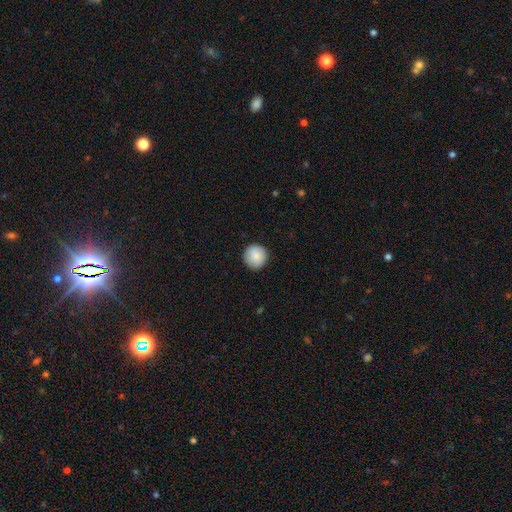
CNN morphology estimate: A smooth galaxy with no disk features (87%) that is round (95%).

Vote fractions:
- Smooth or featured? smooth: 87% / star or artifact: 7% / featured or disk: 6%
- How rounded? round: 95% / in between: 4% / cigar-shaped: 1%
- Merging? none: 91% / minor disturbance: 7% / major disturbance: 2% / merger: 1%